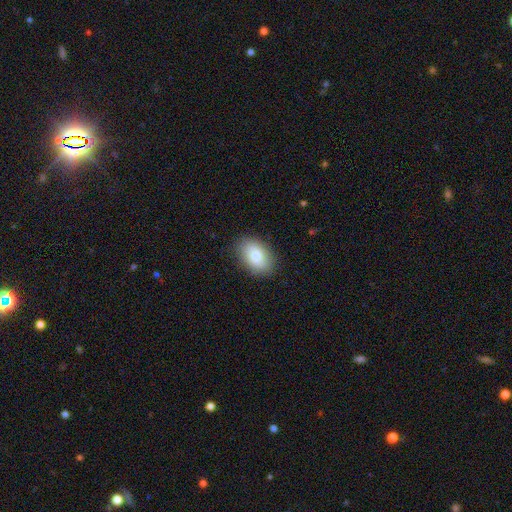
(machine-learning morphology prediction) A smooth galaxy with no disk features (80%) that is in between round and cigar-shaped (86%).

Vote fractions:
- Smooth or featured? smooth: 80% / featured or disk: 13% / star or artifact: 7%
- How rounded? in between: 86% / round: 13% / cigar-shaped: 1%
- Merging? none: 86% / minor disturbance: 10% / major disturbance: 3% / merger: 1%